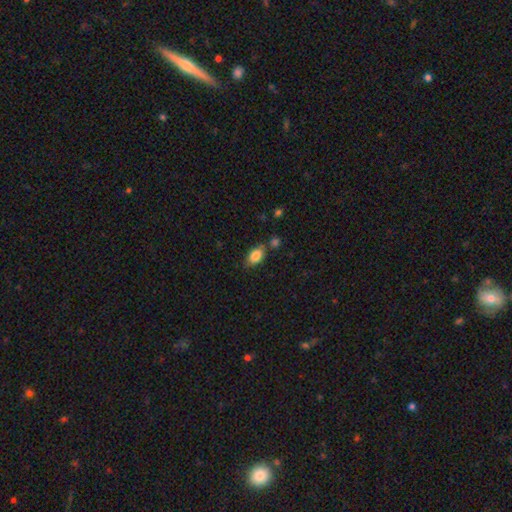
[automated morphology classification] The model was most divided on "merging": none: 71%, minor disturbance: 15%, merger: 10%, major disturbance: 3%. More confident: how rounded — in between (89%); smooth or featured — smooth (84%).